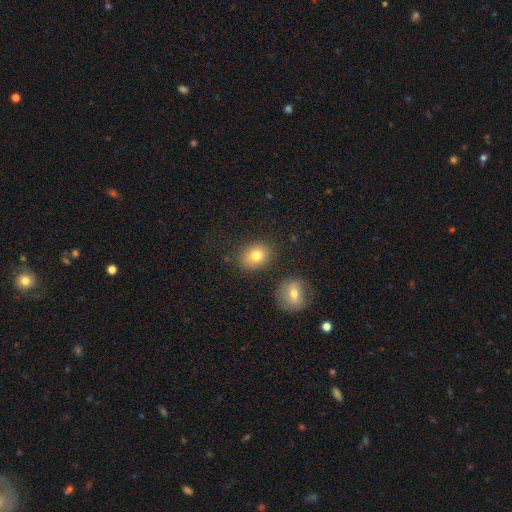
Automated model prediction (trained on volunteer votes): Smooth or featured? Predicted: smooth (p=0.78). How rounded? Predicted: round (p=0.53). Merging? Predicted: none (p=0.79).